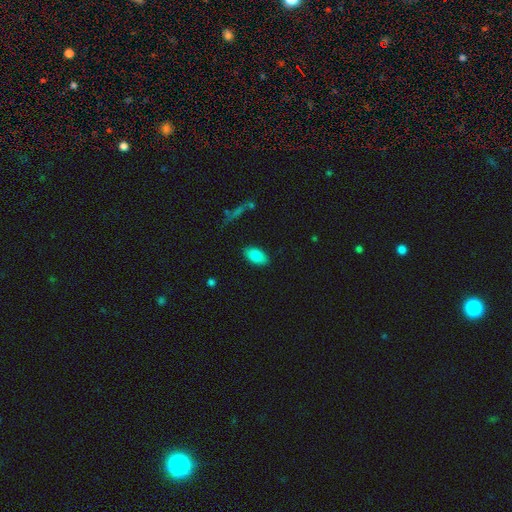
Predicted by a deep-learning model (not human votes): smooth-or-featured: smooth: 83% | featured or disk: 9% | star or artifact: 7%
  how-rounded: in between: 93% | round: 4% | cigar-shaped: 3%
  merging: none: 87% | minor disturbance: 10% | major disturbance: 2% | merger: 1%